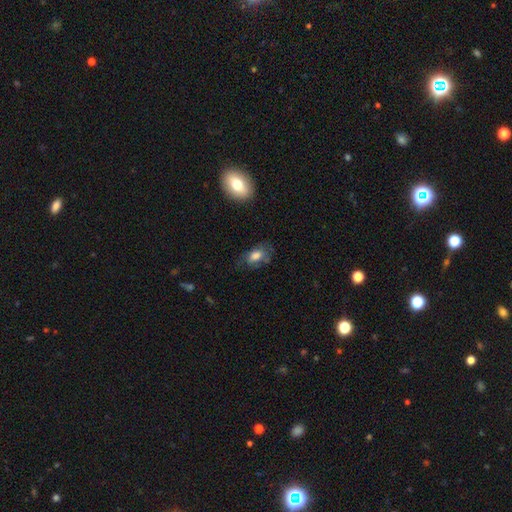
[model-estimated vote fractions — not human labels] This is likely a smooth galaxy (69%). How rounded: clearly in between (87%). Merging: possibly none (54%).